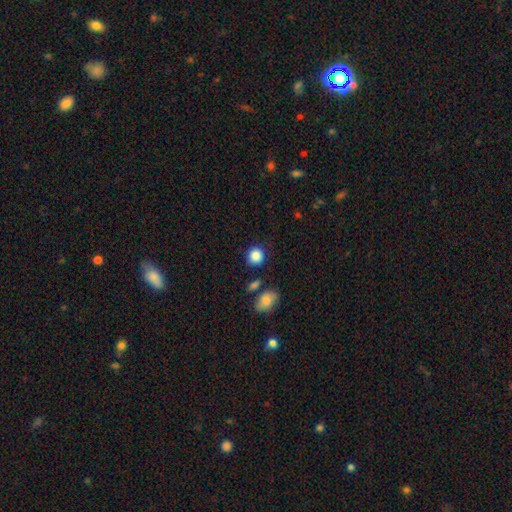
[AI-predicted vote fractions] A smooth galaxy with no disk features (87%) that is round (85%). Merging: none (80%).